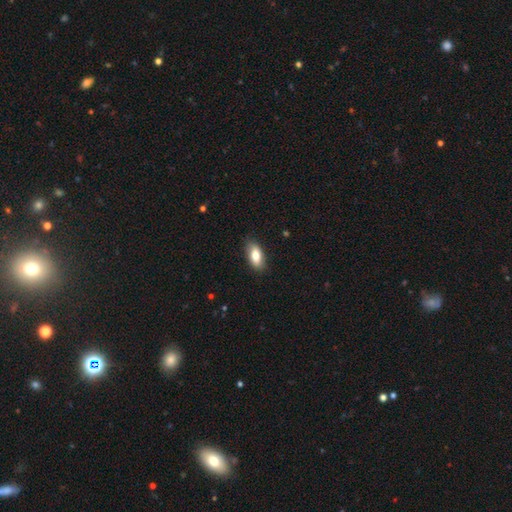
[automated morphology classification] This is likely a smooth galaxy (79%). How rounded: clearly in between (89%). Merging: clearly none (85%).